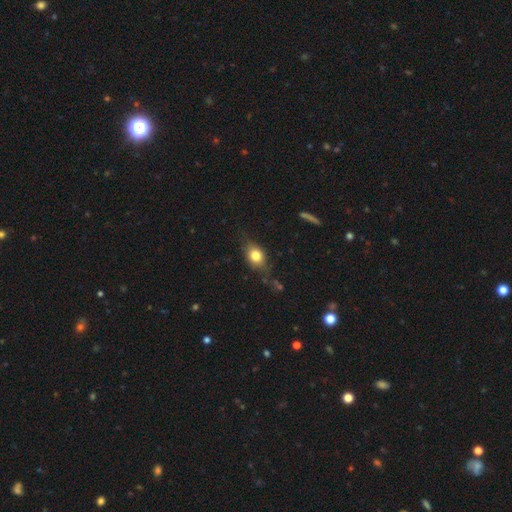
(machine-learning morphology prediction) Q: Smooth or featured?
A: smooth (72%); runner-up: featured or disk (18%)
Q: How rounded?
A: in between (62%); runner-up: round (34%)
Q: Merging?
A: none (66%); runner-up: minor disturbance (23%)